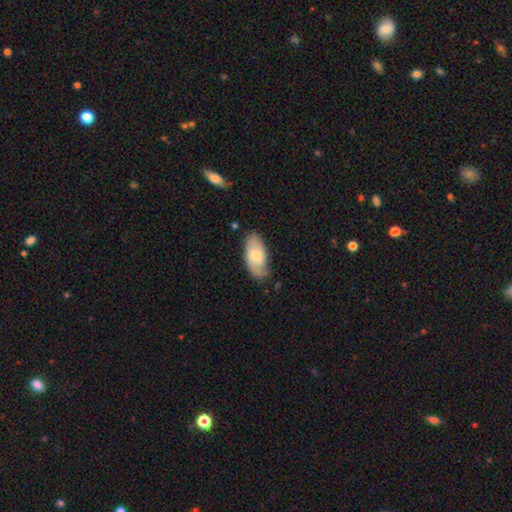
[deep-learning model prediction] A smooth galaxy with no disk features (56%) that is in between round and cigar-shaped (93%).

Vote fractions:
- Smooth or featured? smooth: 56% / featured or disk: 38% / star or artifact: 6%
- How rounded? in between: 93% / cigar-shaped: 4% / round: 3%
- Merging? none: 71% / minor disturbance: 22% / major disturbance: 5% / merger: 2%